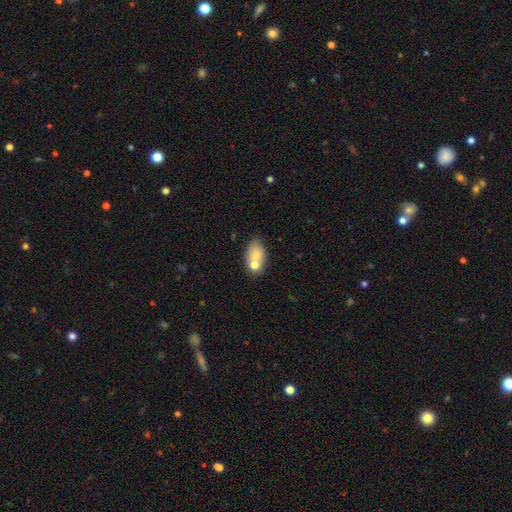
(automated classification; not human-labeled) This appears to be a smooth galaxy with no disk features (69%) that is in between round and cigar-shaped (84%). Merging: none (46%).